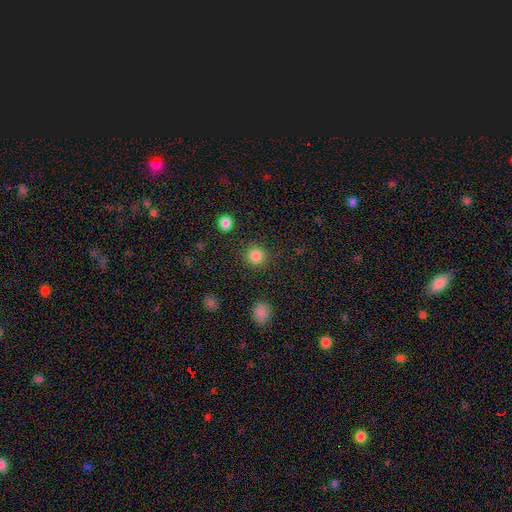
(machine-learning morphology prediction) smooth_or_featured: smooth (p=0.85) [alt: star or artifact p=0.11]
how_rounded: round (p=0.93) [alt: in between p=0.06]
merging: none (p=0.90) [alt: minor disturbance p=0.06]